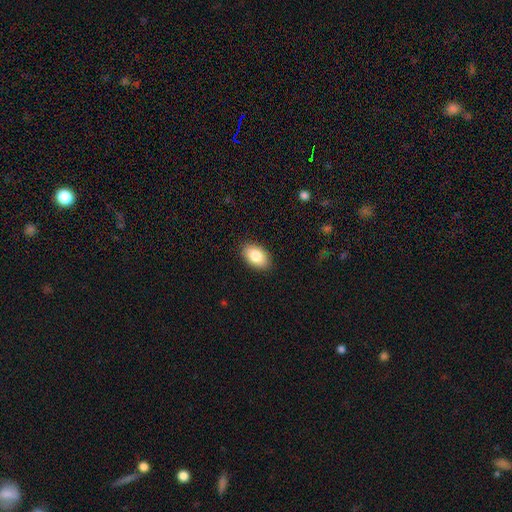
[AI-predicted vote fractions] This appears to be a smooth galaxy with no disk features (86%) that is in between round and cigar-shaped (92%). Merging: none (89%).